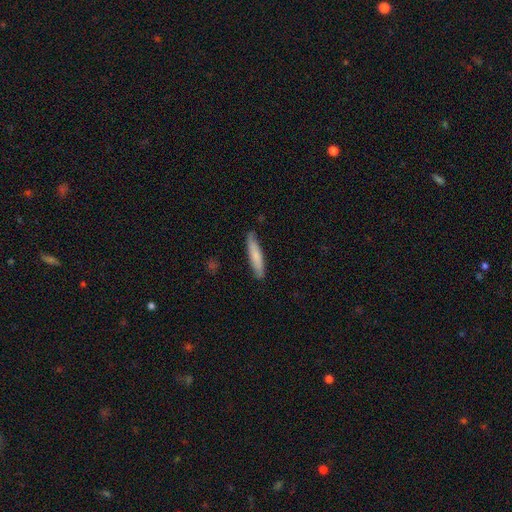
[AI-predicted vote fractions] Smooth or featured? Predicted: smooth (p=0.73). How rounded? Predicted: cigar-shaped (p=0.88). Merging? Predicted: none (p=0.83).